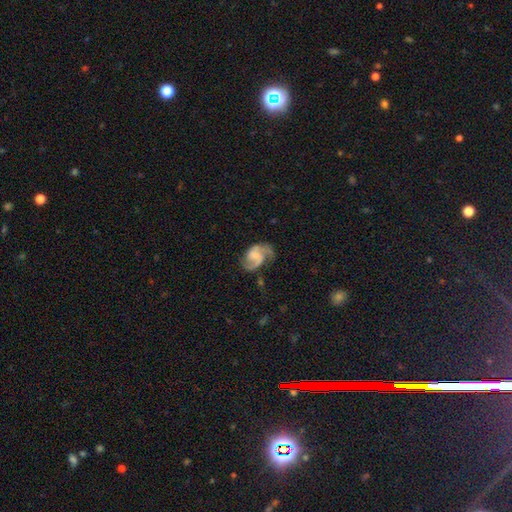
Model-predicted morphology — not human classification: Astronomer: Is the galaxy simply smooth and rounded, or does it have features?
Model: featured or disk — 84%.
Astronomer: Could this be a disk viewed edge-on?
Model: no — 98%.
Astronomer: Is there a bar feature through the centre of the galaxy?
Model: weak — 51% (runner-up: no, 34%).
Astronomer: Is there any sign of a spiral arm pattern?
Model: yes — 96%.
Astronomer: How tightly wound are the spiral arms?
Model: medium — 52% (runner-up: loose, 32%).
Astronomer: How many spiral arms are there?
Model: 2 — 87%.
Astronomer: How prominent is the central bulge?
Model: small — 44% (runner-up: moderate, 26%).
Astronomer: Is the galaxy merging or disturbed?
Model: none — 60%.